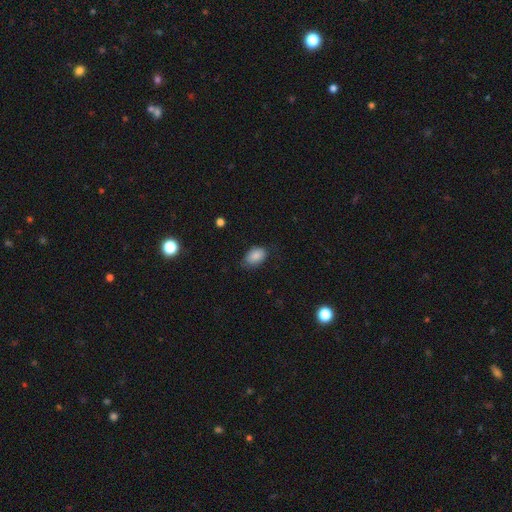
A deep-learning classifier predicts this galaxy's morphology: Smooth or featured? Predicted: smooth (p=0.86). How rounded? Predicted: in between (p=0.88). Merging? Predicted: none (p=0.68).